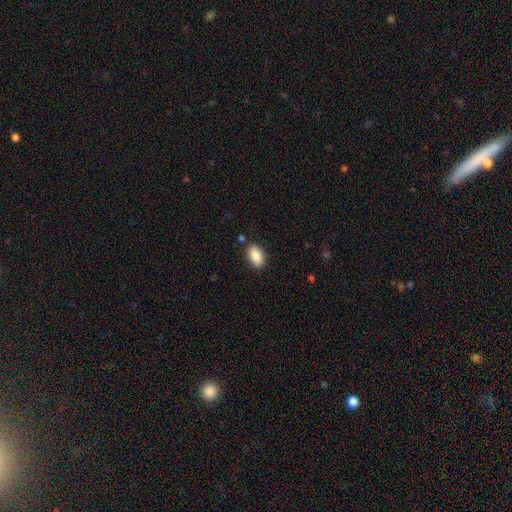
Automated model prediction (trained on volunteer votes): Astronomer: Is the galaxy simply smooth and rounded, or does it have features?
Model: smooth — 89%.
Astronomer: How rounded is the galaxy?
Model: in between — 92%.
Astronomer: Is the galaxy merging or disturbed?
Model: none — 86%.